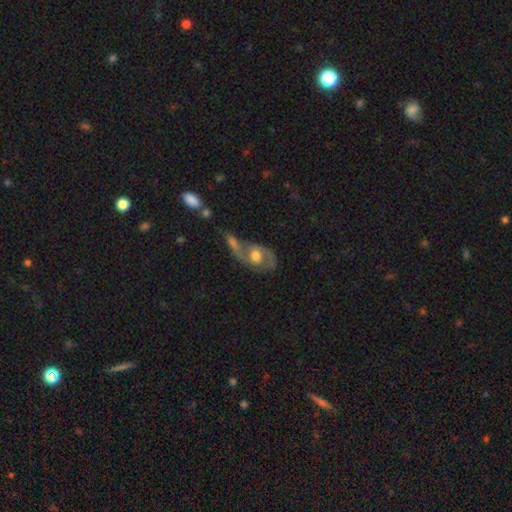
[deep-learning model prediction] Smooth or featured? Predicted: featured or disk (p=0.63). Edge-on disk? Predicted: no (p=0.93). Bar? Predicted: no (p=0.67). Spiral arms? Predicted: yes (p=0.72). Bulge size? Predicted: moderate (p=0.61). Merging? Predicted: merger (p=0.36).